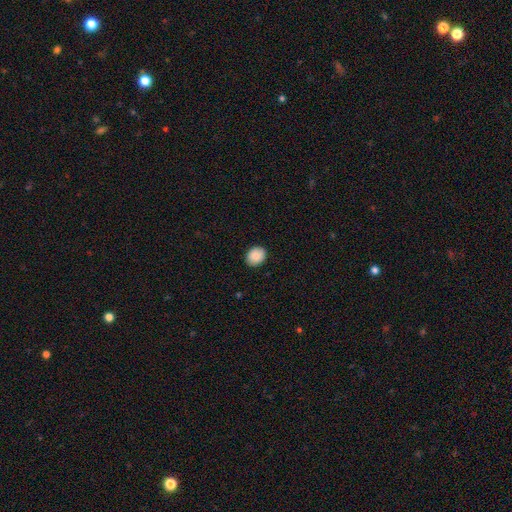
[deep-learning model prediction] Smooth or featured? Predicted: smooth (p=0.89). How rounded? Predicted: round (p=0.55). Merging? Predicted: none (p=0.90).